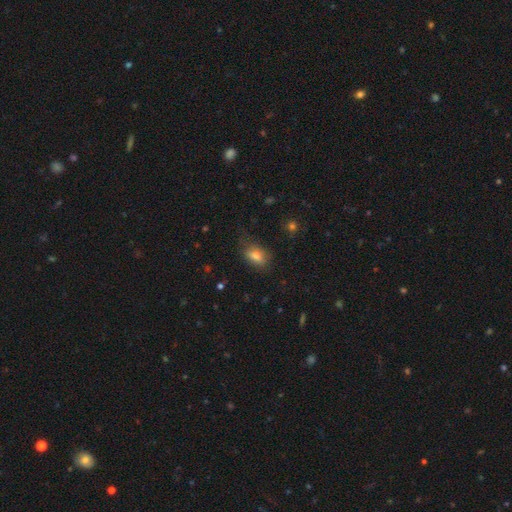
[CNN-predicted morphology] Q: Smooth or featured?
A: smooth (78%); runner-up: star or artifact (12%)
Q: How rounded?
A: in between (83%); runner-up: round (12%)
Q: Merging?
A: none (64%); runner-up: minor disturbance (25%)